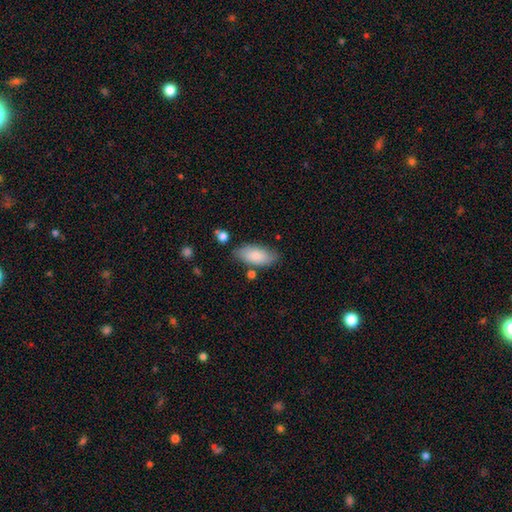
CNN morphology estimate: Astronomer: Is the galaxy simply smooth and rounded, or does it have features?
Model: smooth — 83%.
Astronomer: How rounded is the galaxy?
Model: in between — 89%.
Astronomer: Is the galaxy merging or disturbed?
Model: none — 77%.